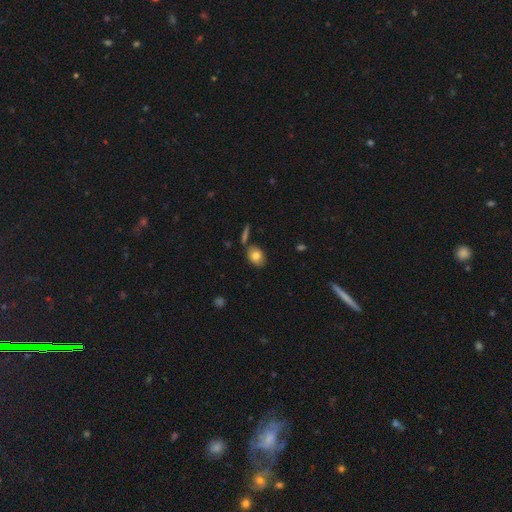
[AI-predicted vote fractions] smooth_or_featured: smooth (p=0.80) [alt: featured or disk p=0.12]
how_rounded: in between (p=0.70) [alt: round p=0.28]
merging: none (p=0.75) [alt: minor disturbance p=0.13]